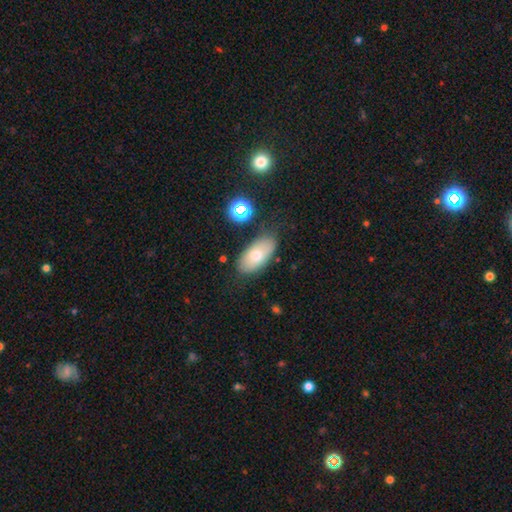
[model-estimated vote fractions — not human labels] smooth-or-featured: smooth: 72% | featured or disk: 20% | star or artifact: 9%
  how-rounded: in between: 92% | cigar-shaped: 4% | round: 4%
  merging: none: 76% | minor disturbance: 16% | major disturbance: 4% | merger: 4%